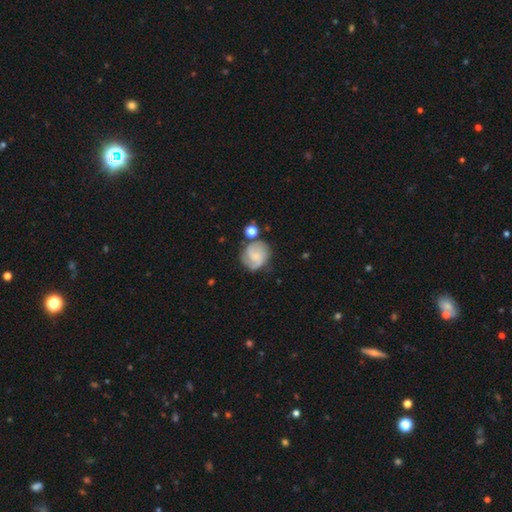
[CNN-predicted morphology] type=featured or disk (63%); edge-on=no (98%); bar=no (57%); spiral arms=yes (92%); winding=medium (46%); arm count=2 (56%); bulge=small (46%); merging=none (64%).